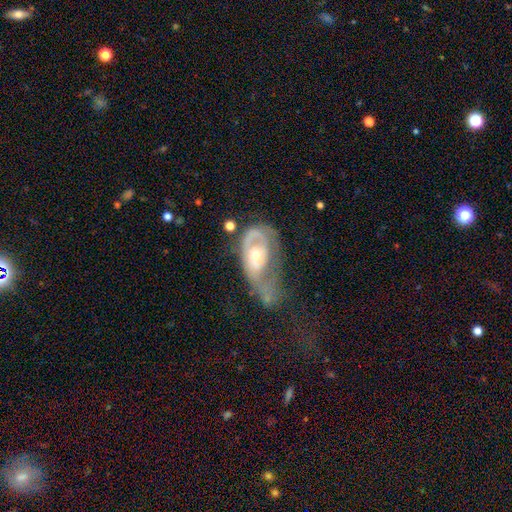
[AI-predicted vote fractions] featured or disk 68%, smooth 25%, star or artifact 7%. Down the decision tree: edge-on disk — no (94%); bar — no (75%); spiral arms — yes (59%); bulge size — moderate (56%); merging — major disturbance (49%).